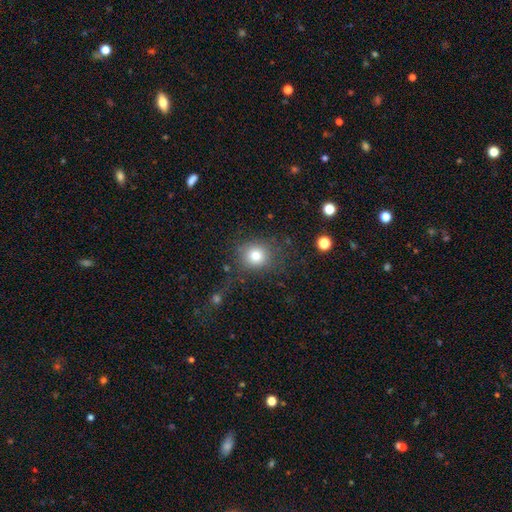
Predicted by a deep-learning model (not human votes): Smooth or featured: smooth — 80% (star or artifact — 11%)
How rounded: round — 86% (in between — 13%)
Merging: none — 75% (minor disturbance — 13%)